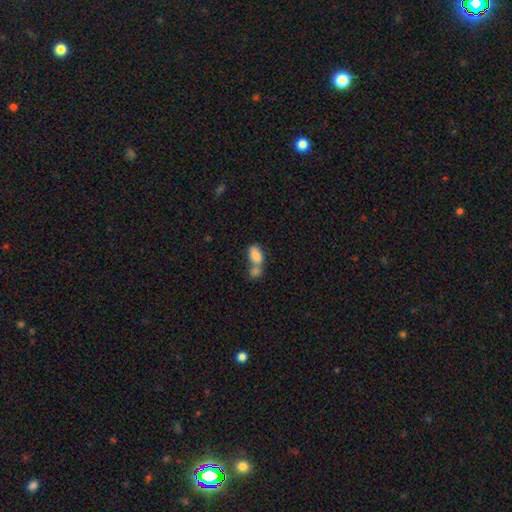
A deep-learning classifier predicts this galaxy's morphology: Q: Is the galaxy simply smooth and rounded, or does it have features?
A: smooth — 81%.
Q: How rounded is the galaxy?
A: in between — 88%.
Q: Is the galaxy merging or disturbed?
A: merger — 60%.